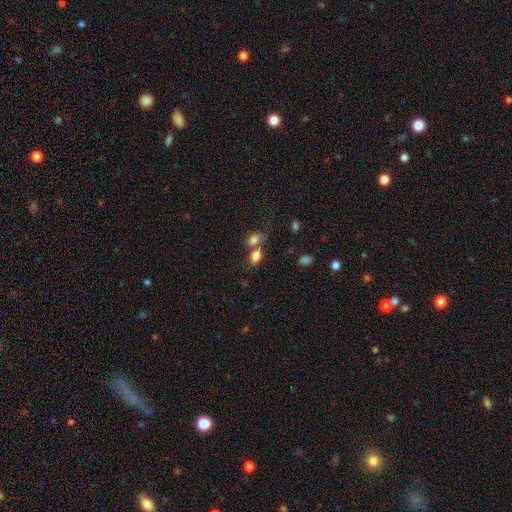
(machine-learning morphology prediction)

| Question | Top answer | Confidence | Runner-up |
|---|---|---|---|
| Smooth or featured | smooth | 82% | star or artifact (10%) |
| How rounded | in between | 80% | round (18%) |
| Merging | merger | 46% | none (40%) |